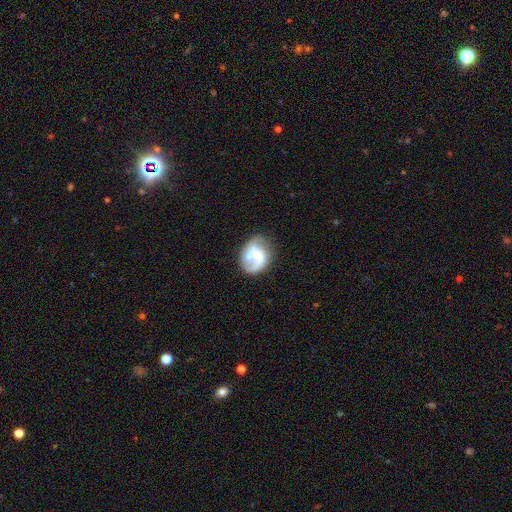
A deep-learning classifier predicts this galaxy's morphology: Smooth or featured? featured or disk (56%)
Edge-on disk? no (98%)
Bar? no (60%)
Spiral arms? yes (57%)
Bulge size? small (36%)
Merging? none (45%)